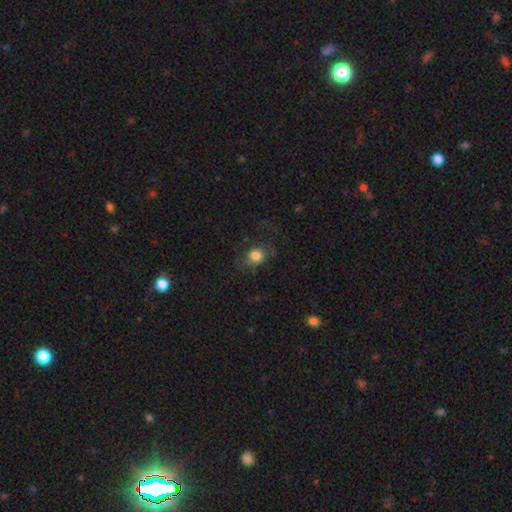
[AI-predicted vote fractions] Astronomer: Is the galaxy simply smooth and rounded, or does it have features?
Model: smooth — 80%.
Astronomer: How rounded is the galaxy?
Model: round — 67%.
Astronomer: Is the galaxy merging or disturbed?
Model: none — 63%.